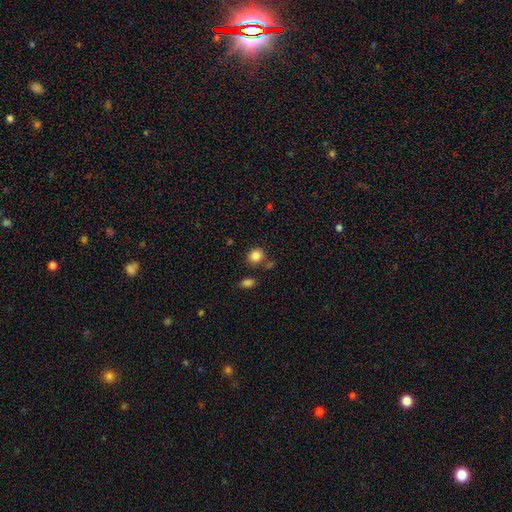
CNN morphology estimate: type=smooth (86%); roundness=round (77%); merging=none (76%).